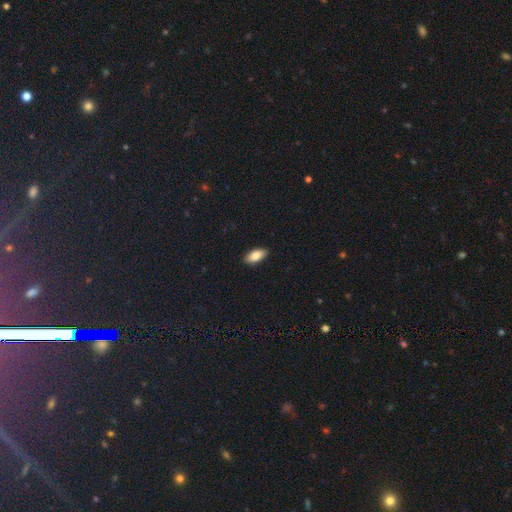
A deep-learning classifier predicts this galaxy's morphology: smooth_or_featured: smooth (p=0.85) [alt: featured or disk p=0.08]
how_rounded: in between (p=0.89) [alt: cigar-shaped p=0.08]
merging: none (p=0.89) [alt: minor disturbance p=0.08]